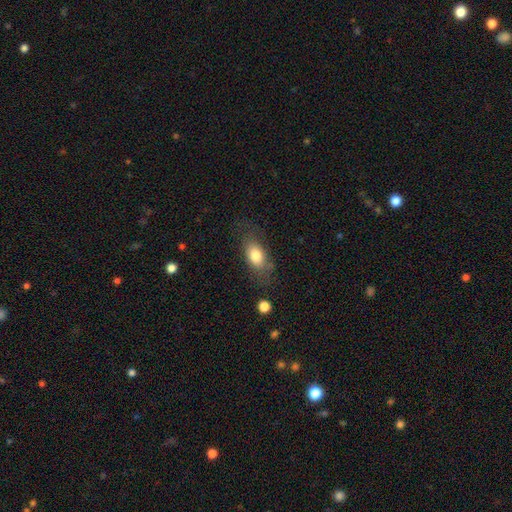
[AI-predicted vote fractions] This appears to be a smooth galaxy with no disk features (77%) that is in between round and cigar-shaped (85%). Merging: none (66%).